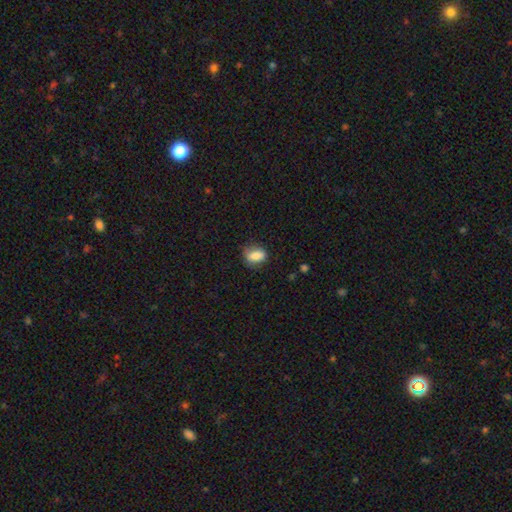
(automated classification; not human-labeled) A smooth galaxy with no disk features (84%) that is in between round and cigar-shaped (76%).

Vote fractions:
- Smooth or featured? smooth: 84% / star or artifact: 8% / featured or disk: 7%
- How rounded? in between: 76% / round: 21% / cigar-shaped: 3%
- Merging? none: 70% / minor disturbance: 23% / major disturbance: 6% / merger: 1%